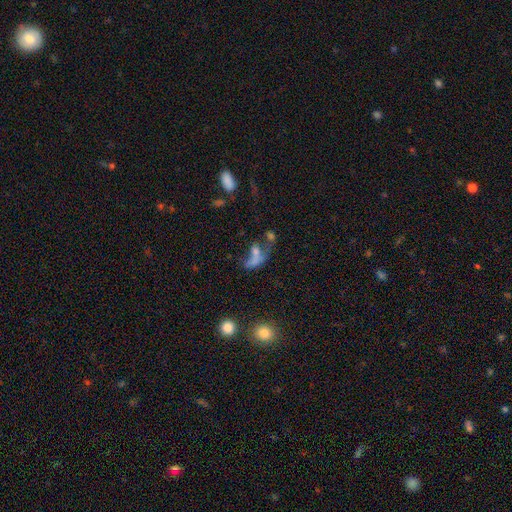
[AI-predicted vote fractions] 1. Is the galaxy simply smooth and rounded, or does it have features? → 50% smooth, 30% featured or disk, 20% star or artifact.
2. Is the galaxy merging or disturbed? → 34% merger, 32% major disturbance, 21% none, 13% minor disturbance.